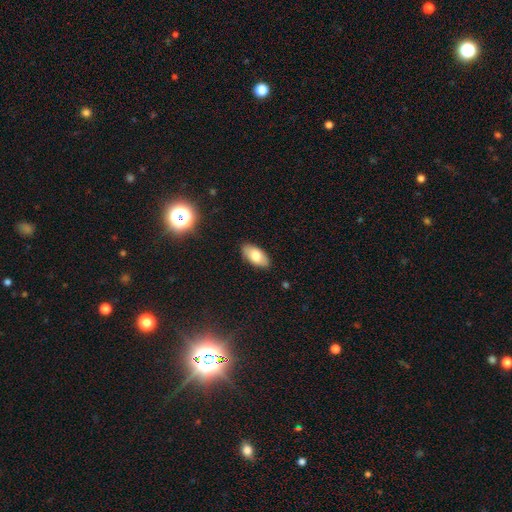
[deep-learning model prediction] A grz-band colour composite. It shows a smooth galaxy with no disk features (76%) that is in between round and cigar-shaped (93%). Merging: none (86%).